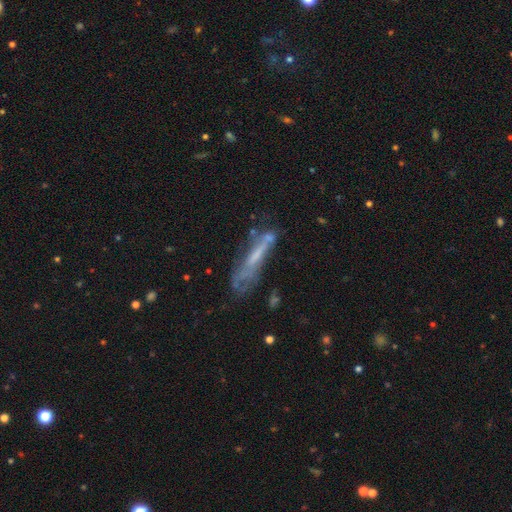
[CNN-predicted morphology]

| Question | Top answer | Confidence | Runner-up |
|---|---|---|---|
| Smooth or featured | featured or disk | 54% | smooth (36%) |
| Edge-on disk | yes | 52% | no (48%) |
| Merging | none | 44% | minor disturbance (25%) |